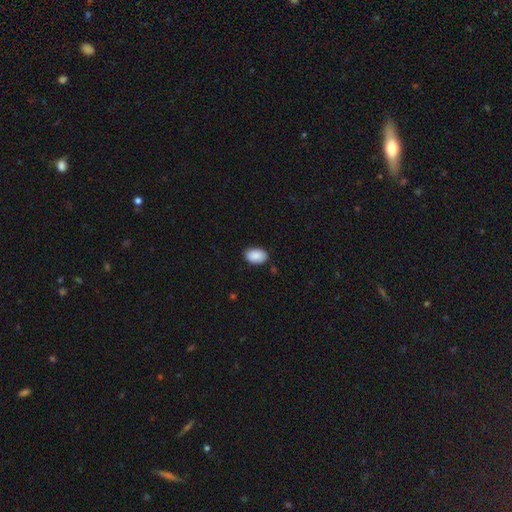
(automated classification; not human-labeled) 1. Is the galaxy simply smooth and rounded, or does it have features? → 90% smooth, 7% star or artifact, 4% featured or disk.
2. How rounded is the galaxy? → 88% in between, 11% round, 1% cigar-shaped.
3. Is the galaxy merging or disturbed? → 85% none, 11% minor disturbance, 2% major disturbance, 1% merger.